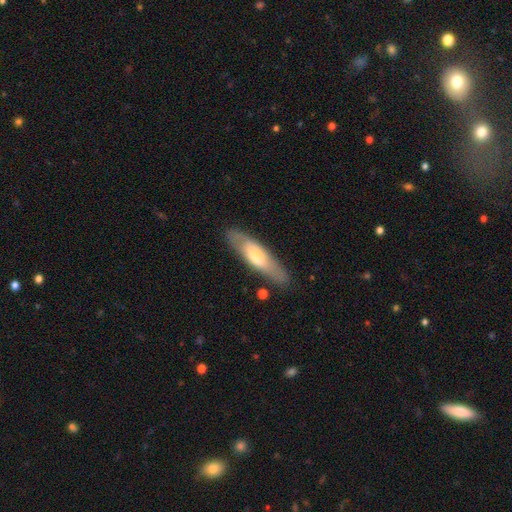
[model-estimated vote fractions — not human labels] Overall: smooth (54%; featured or disk 40%). How rounded: cigar-shaped (62%; in between 37%). Merging: none (82%).